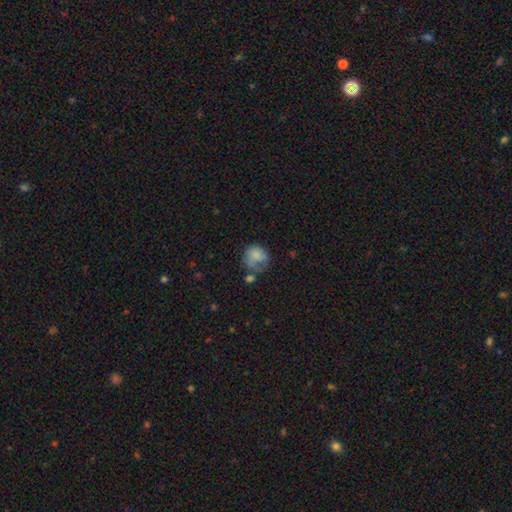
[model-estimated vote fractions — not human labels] Morphology: type=smooth (72%); roundness=round (70%); merging=none (38%).